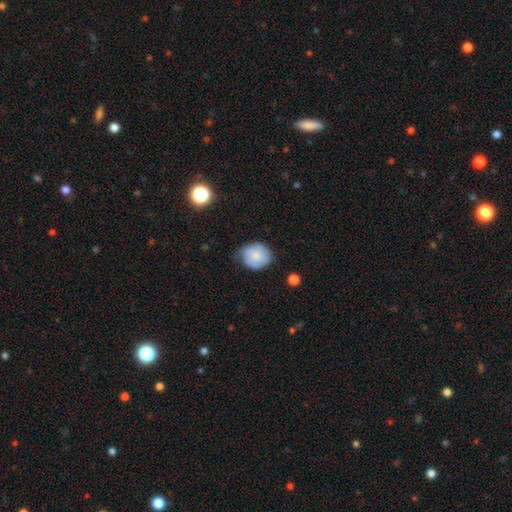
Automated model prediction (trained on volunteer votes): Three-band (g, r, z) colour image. It shows a smooth galaxy with no disk features (76%) that is round (70%). Merging: none (54%).